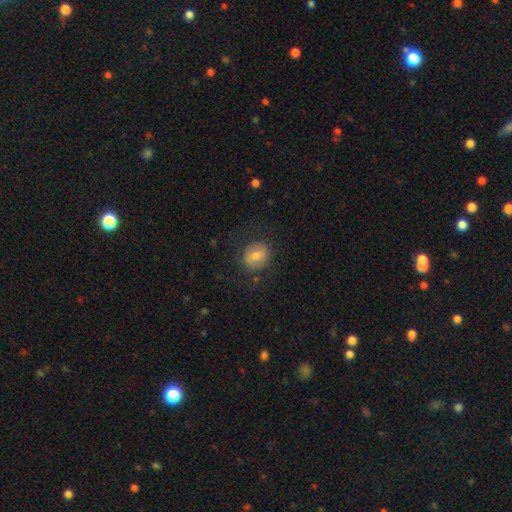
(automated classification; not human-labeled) smooth_or_featured: smooth (p=0.65) [alt: featured or disk p=0.26]
how_rounded: round (p=0.70) [alt: in between p=0.29]
merging: none (p=0.79) [alt: minor disturbance p=0.13]